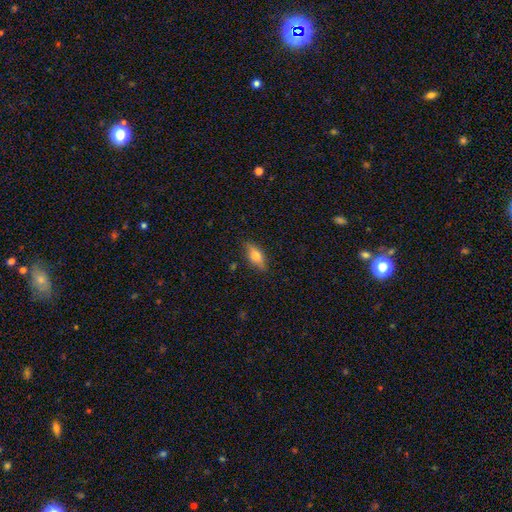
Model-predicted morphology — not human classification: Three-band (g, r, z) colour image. It shows a smooth galaxy with no disk features (59%) that is in between round and cigar-shaped (71%). Merging: none (84%).